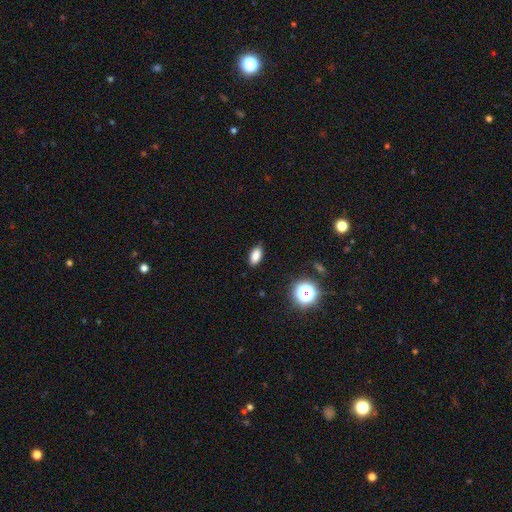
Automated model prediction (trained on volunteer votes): The model was most divided on "smooth or featured": smooth: 83%, star or artifact: 12%, featured or disk: 5%. More confident: how rounded — in between (88%); merging — none (87%).